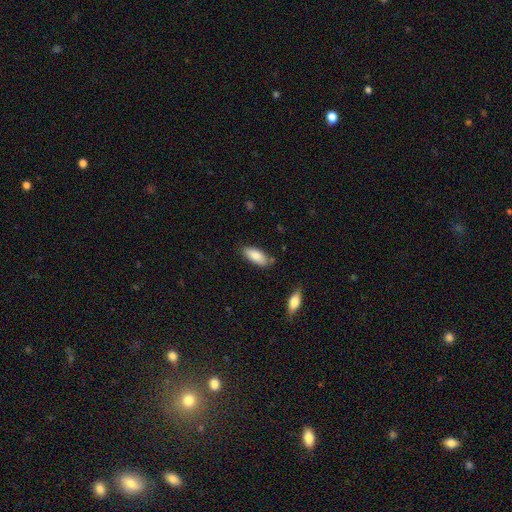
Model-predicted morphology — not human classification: Smooth or featured? Predicted: smooth (p=0.85). How rounded? Predicted: in between (p=0.79). Merging? Predicted: none (p=0.77).